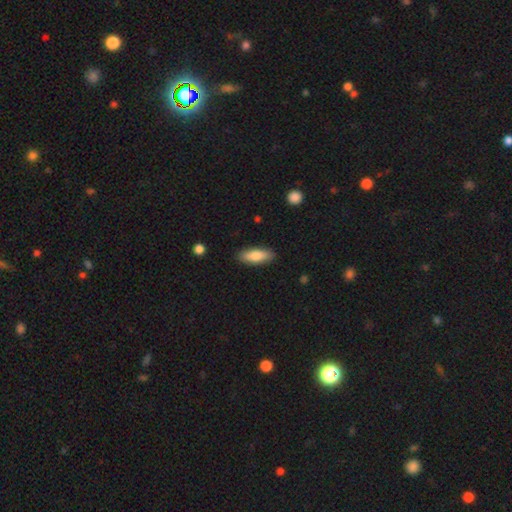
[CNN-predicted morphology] This is likely a smooth galaxy (80%). How rounded: likely in between (66%). Merging: clearly none (88%).